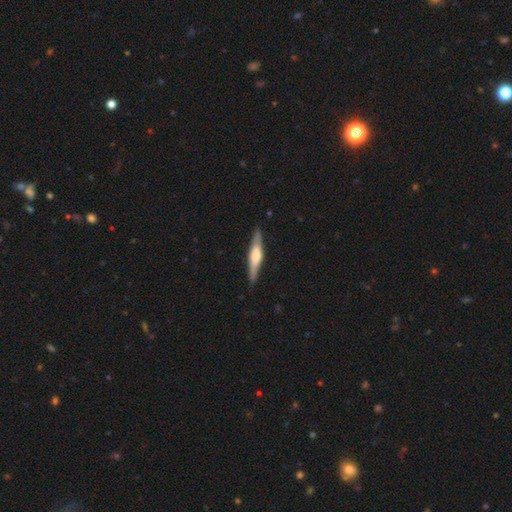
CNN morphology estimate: type=featured or disk (62%); edge-on=yes (95%); edge-on bulge=rounded (77%); merging=none (87%).